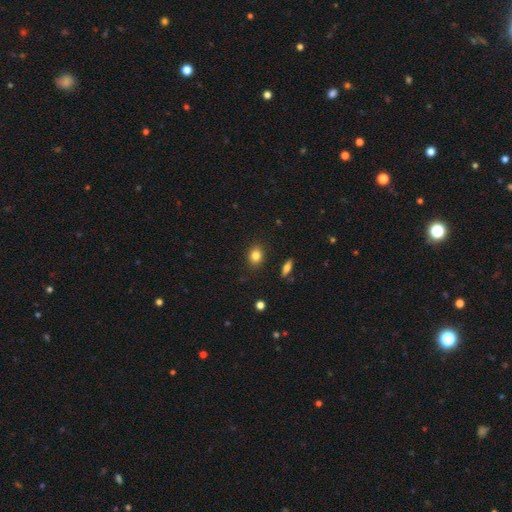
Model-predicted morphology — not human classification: This appears to be a smooth galaxy with no disk features (83%) that is round (52%). Merging: none (88%).